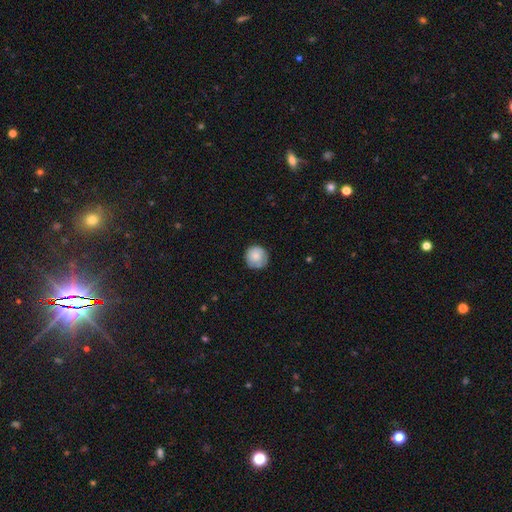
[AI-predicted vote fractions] Smooth or featured? Predicted: smooth (p=0.78). How rounded? Predicted: round (p=0.93). Merging? Predicted: none (p=0.76).